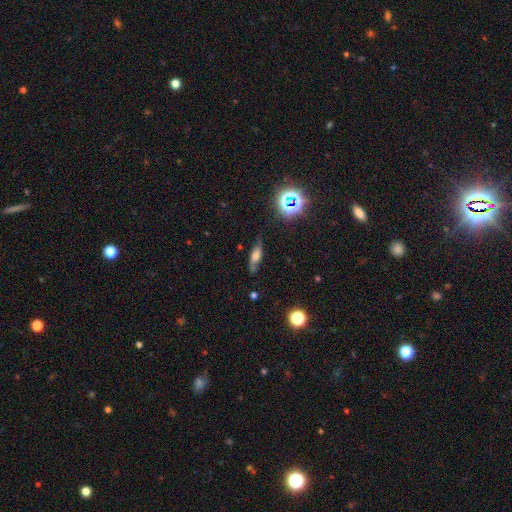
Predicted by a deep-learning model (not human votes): This appears to be a featured or disk galaxy (42%, tied with smooth). Merging: none (70%).